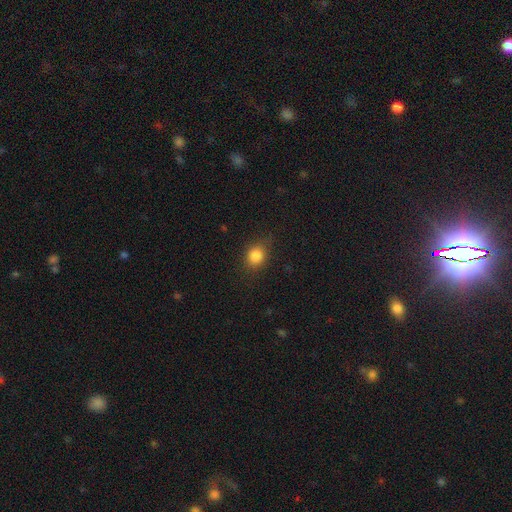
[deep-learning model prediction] smooth_or_featured: smooth (p=0.84) [alt: star or artifact p=0.11]
how_rounded: round (p=0.66) [alt: in between p=0.33]
merging: none (p=0.81) [alt: minor disturbance p=0.14]